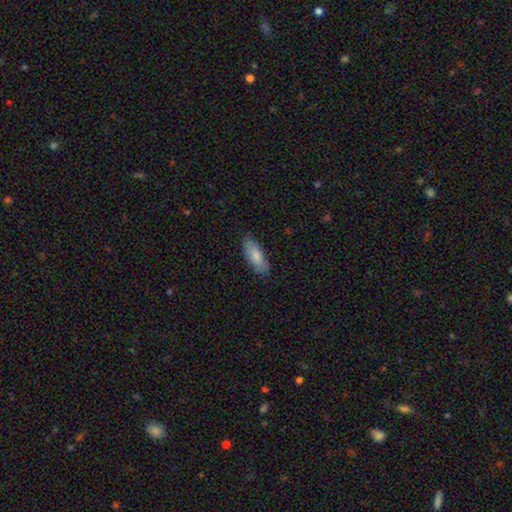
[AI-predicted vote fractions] smooth_or_featured: smooth (p=0.83) [alt: featured or disk p=0.11]
how_rounded: in between (p=0.75) [alt: cigar-shaped p=0.23]
merging: none (p=0.85) [alt: minor disturbance p=0.12]